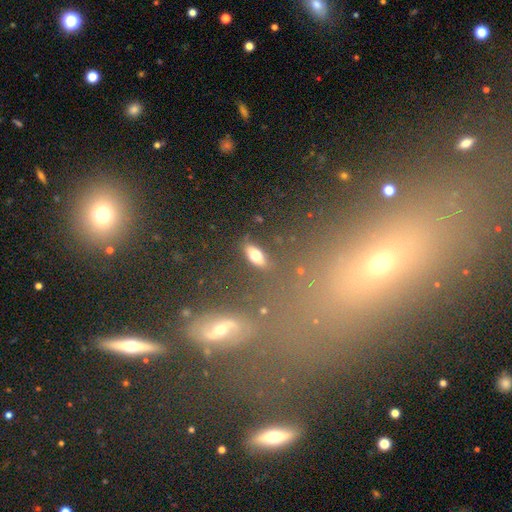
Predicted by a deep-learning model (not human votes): smooth_or_featured: smooth (p=0.68) [alt: featured or disk p=0.21]
how_rounded: in between (p=0.76) [alt: cigar-shaped p=0.19]
merging: none (p=0.83) [alt: minor disturbance p=0.10]